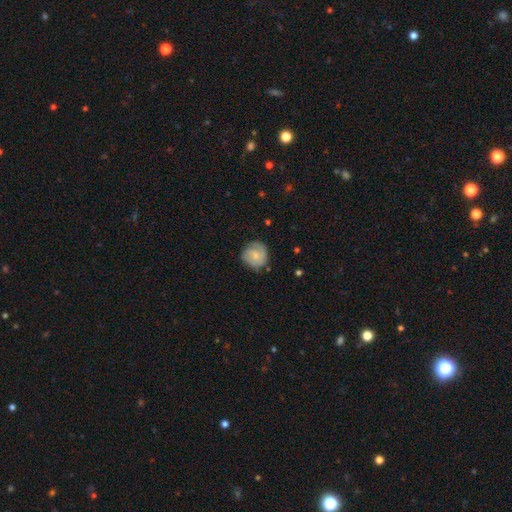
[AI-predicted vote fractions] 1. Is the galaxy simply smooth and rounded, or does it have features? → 59% smooth, 34% featured or disk, 7% star or artifact.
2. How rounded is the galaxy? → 87% round, 12% in between, 1% cigar-shaped.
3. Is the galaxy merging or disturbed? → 72% none, 21% minor disturbance, 6% major disturbance, 2% merger.